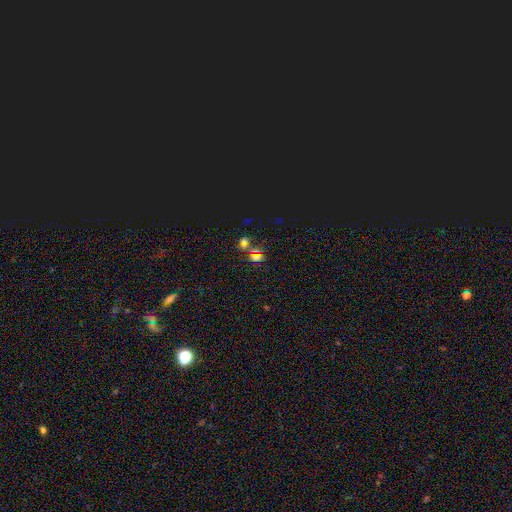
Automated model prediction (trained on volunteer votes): Smooth or featured? star or artifact (51%)